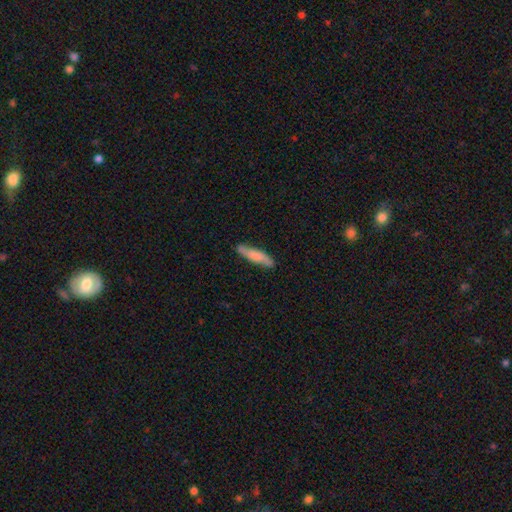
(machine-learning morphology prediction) Smooth or featured? Predicted: smooth (p=0.69). How rounded? Predicted: cigar-shaped (p=0.80). Merging? Predicted: none (p=0.80).